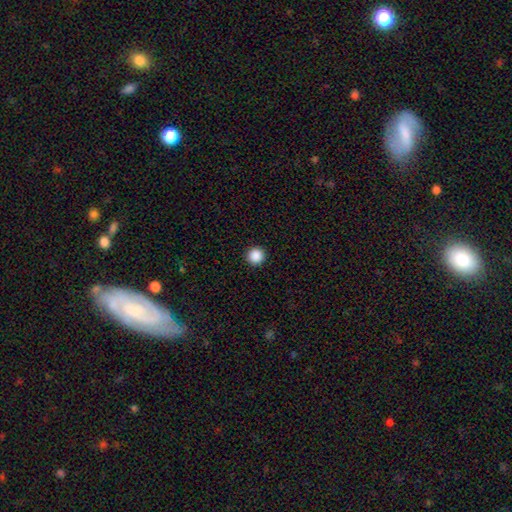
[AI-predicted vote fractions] Smooth or featured: smooth — 88% (star or artifact — 9%)
How rounded: round — 97% (in between — 3%)
Merging: none — 94% (minor disturbance — 4%)